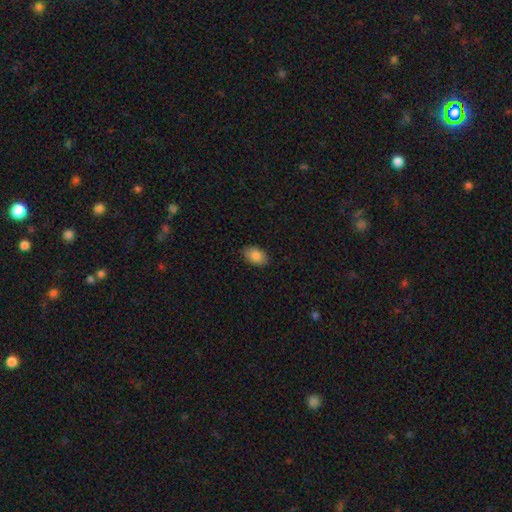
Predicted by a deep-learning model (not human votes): smooth_or_featured: smooth (p=0.86) [alt: star or artifact p=0.07]
how_rounded: in between (p=0.89) [alt: round p=0.10]
merging: none (p=0.87) [alt: minor disturbance p=0.10]